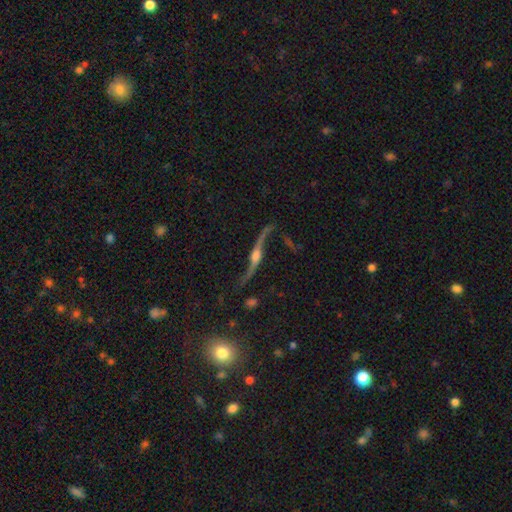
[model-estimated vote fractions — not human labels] Smooth or featured? featured or disk (87%)
Edge-on disk? no (53%)
Merging? none (70%)